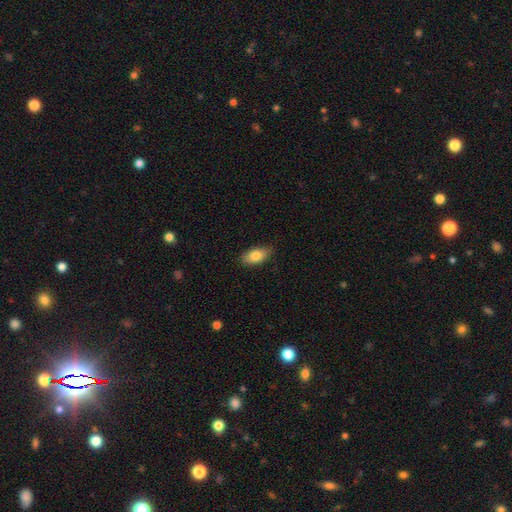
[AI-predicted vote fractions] Smooth or featured? Predicted: smooth (p=0.82). How rounded? Predicted: in between (p=0.91). Merging? Predicted: none (p=0.82).